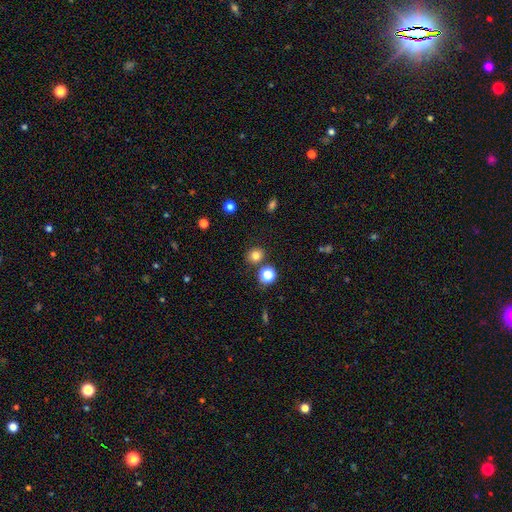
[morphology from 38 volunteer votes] type=smooth (89%); roundness=round (82%); merging=none (86%).